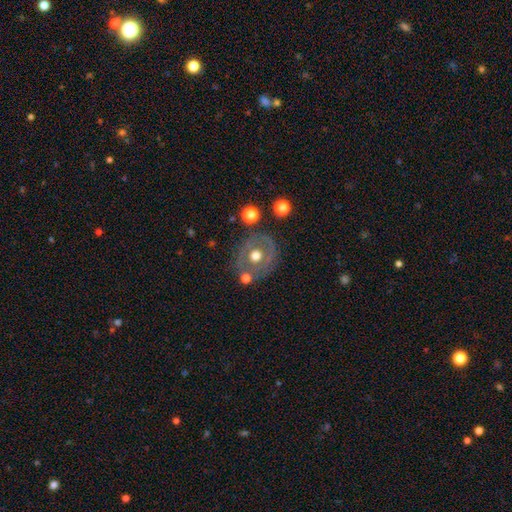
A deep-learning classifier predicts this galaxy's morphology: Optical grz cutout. It shows a featured or disk galaxy (54%) with no bar (88%), no spiral arms (82%) and a moderate central bulge (71%). Merging: none (71%).